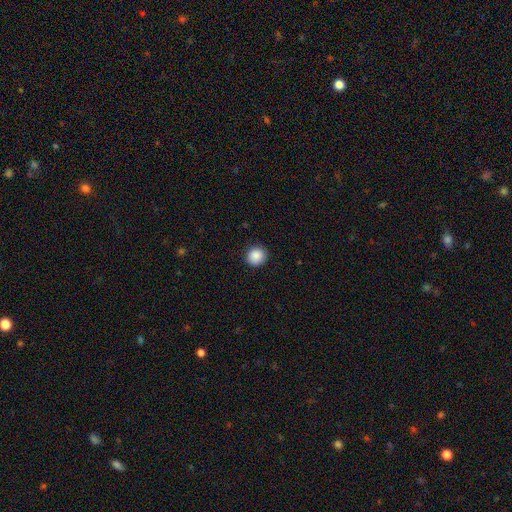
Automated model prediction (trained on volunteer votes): This appears to be a smooth galaxy with no disk features (88%) that is round (91%). Merging: none (90%).